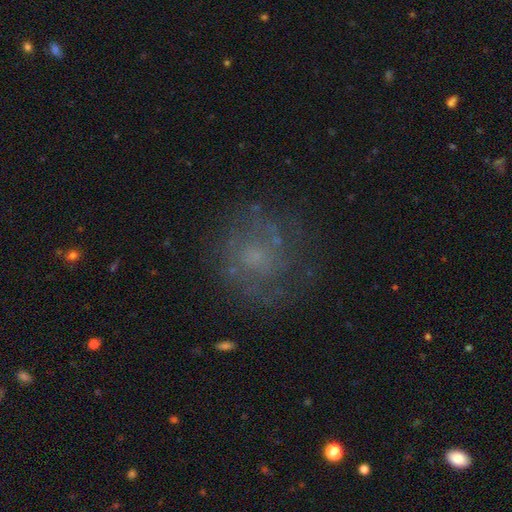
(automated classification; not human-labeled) Smooth or featured: featured or disk — 52% (smooth — 31%)
Edge-on disk: no — 98% (yes — 2%)
Bar: no — 80% (weak — 18%)
Spiral arms: yes — 58% (no — 42%)
Bulge size: small — 41% (none — 28%)
Merging: none — 70% (minor disturbance — 16%)